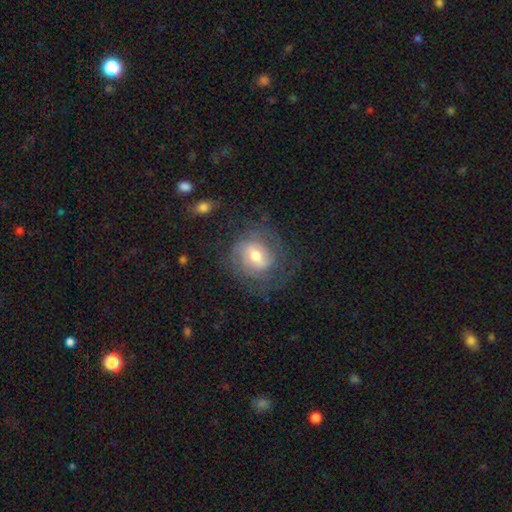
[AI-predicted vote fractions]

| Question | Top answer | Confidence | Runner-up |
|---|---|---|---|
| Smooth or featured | featured or disk | 66% | smooth (27%) |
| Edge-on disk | no | 96% | yes (4%) |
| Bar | weak | 50% | no (35%) |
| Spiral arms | yes | 82% | no (18%) |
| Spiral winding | tight | 53% | medium (33%) |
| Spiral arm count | can't tell | 42% | 2 (32%) |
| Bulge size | moderate | 65% | small (23%) |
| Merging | none | 64% | minor disturbance (18%) |